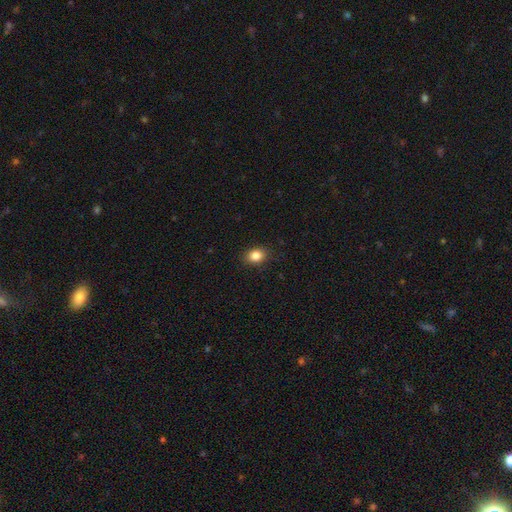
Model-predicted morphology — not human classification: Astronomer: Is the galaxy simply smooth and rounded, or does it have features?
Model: smooth — 85%.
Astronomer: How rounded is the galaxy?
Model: in between — 63%.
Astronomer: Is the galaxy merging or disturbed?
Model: none — 88%.